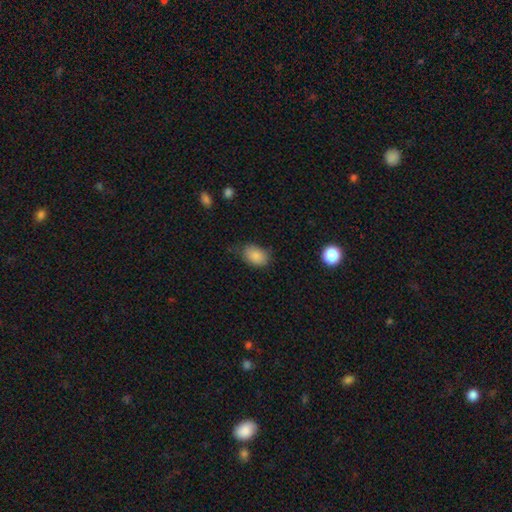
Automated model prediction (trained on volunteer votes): A smooth galaxy with no disk features (86%) that is in between round and cigar-shaped (82%). Merging: none (66%).